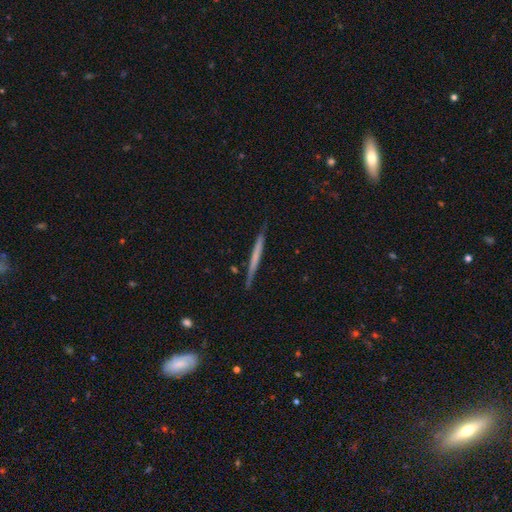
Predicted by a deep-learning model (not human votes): Morphology: type=featured or disk (49%); merging=none (87%).